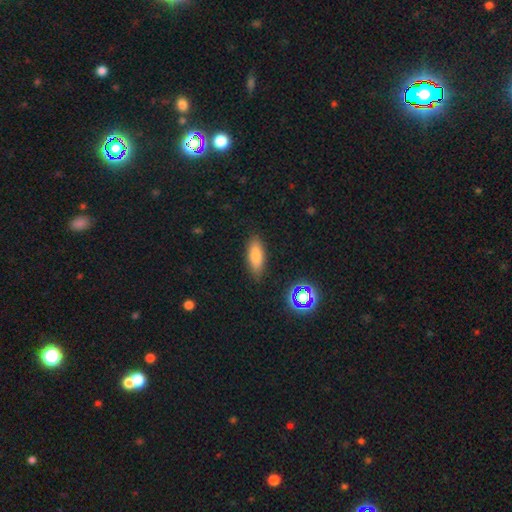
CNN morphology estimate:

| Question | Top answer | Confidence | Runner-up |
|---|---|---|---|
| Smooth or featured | smooth | 78% | star or artifact (11%) |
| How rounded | in between | 70% | cigar-shaped (26%) |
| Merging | none | 85% | minor disturbance (10%) |